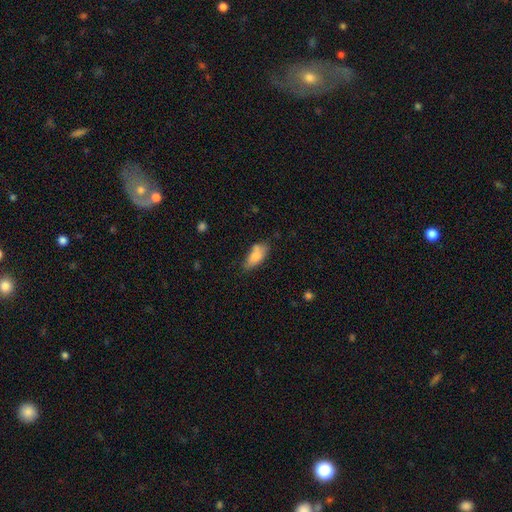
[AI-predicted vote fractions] Smooth or featured? Predicted: smooth (p=0.75). How rounded? Predicted: in between (p=0.83). Merging? Predicted: none (p=0.54).